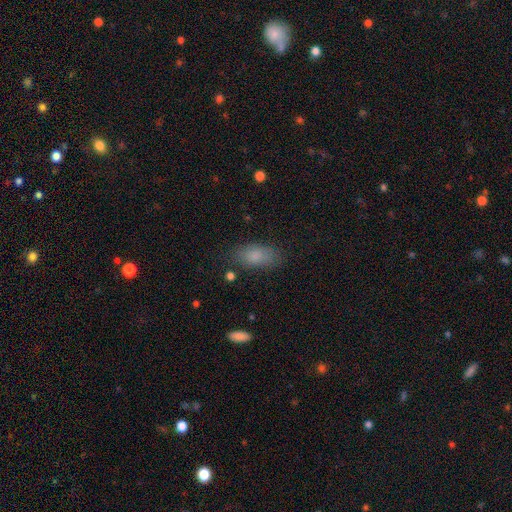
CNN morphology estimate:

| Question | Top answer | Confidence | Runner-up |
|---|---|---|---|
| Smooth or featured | smooth | 82% | featured or disk (9%) |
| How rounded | in between | 87% | cigar-shaped (9%) |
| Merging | none | 77% | minor disturbance (16%) |